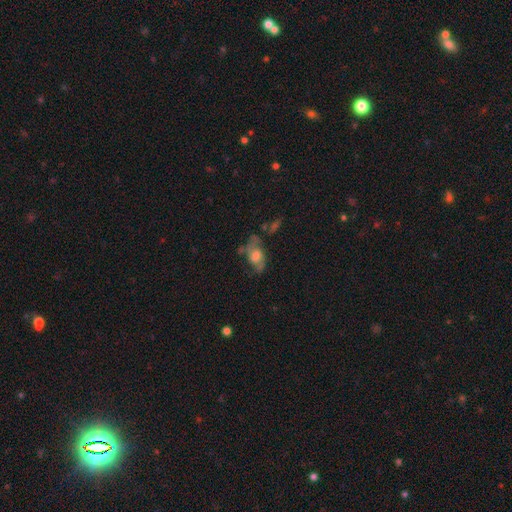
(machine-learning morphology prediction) This is possibly a featured or disk galaxy (59%). It is clearly not viewed edge-on (91%). Bar: likely no (66%). Spiral arm pattern: likely yes (67%). Central bulge: marginally large (36%). Merging: marginally none (44%).